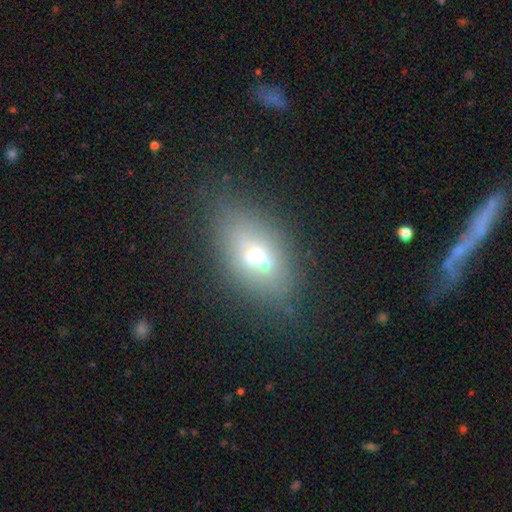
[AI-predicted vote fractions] Smooth or featured: smooth — 51% (featured or disk — 35%)
How rounded: in between — 81% (round — 12%)
Merging: none — 66% (minor disturbance — 15%)